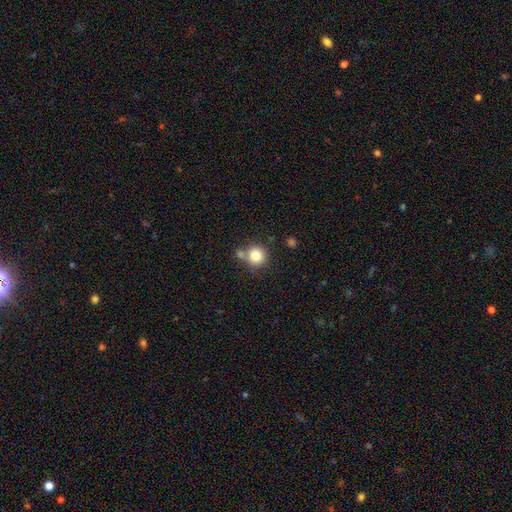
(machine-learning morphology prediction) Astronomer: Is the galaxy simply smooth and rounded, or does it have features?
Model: smooth — 82%.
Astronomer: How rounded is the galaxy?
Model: round — 91%.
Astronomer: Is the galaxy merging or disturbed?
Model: none — 65%.